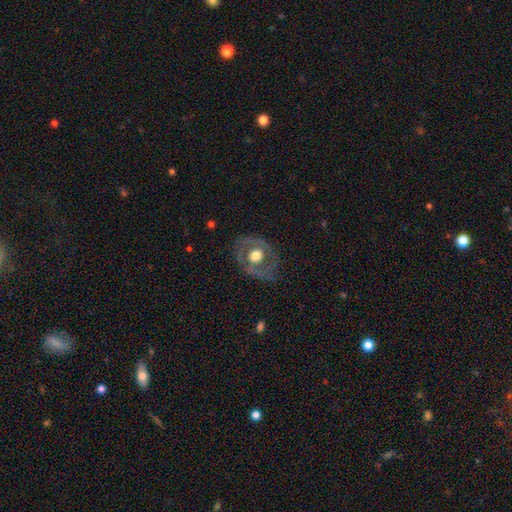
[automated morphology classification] smooth-or-featured: featured or disk: 56% | smooth: 37% | star or artifact: 7%
  disk-edge-on: no: 94% | yes: 6%
    bar: no: 86% | weak: 11% | strong: 3%
    has-spiral-arms: no: 78% | yes: 22%
    bulge-size: moderate: 48% | large: 44% | dominant: 4% | small: 3% | none: 1%
  merging: none: 71% | minor disturbance: 17% | major disturbance: 10% | merger: 1%